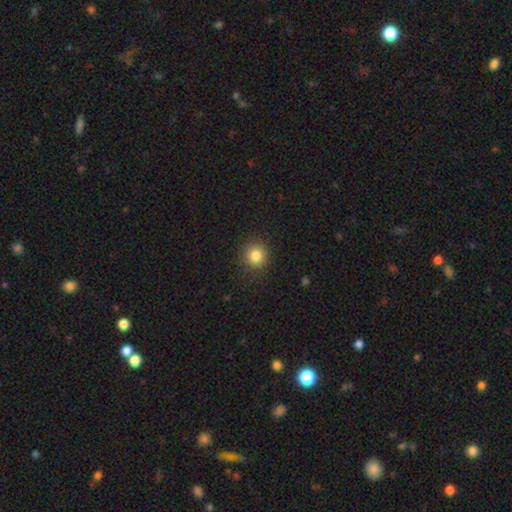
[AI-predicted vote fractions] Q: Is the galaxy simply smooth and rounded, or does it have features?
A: smooth — 83%.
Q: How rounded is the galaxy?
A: round — 92%.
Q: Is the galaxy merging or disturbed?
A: none — 90%.